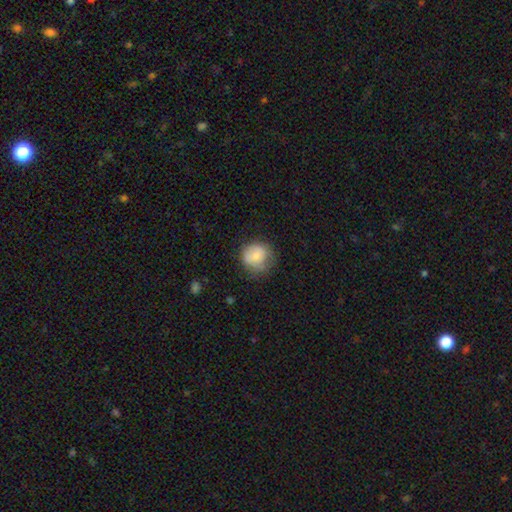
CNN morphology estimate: This appears to be a smooth galaxy with no disk features (73%) that is round (84%). Merging: none (63%).